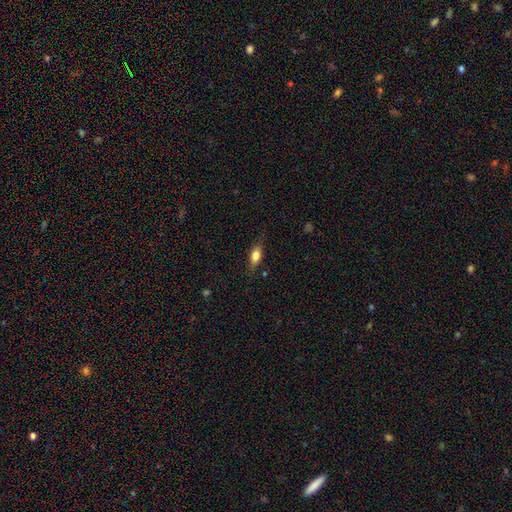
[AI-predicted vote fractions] smooth 74%, featured or disk 18%, star or artifact 8%. Down the decision tree: how rounded — in between (75%); merging — none (78%).